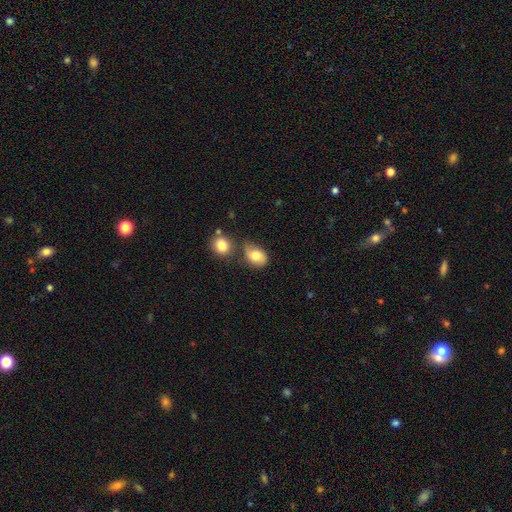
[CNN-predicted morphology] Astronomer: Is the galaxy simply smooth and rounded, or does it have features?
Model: smooth — 76%.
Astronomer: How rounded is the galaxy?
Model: in between — 70%.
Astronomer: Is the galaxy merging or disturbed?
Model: none — 48% (runner-up: minor disturbance, 28%).